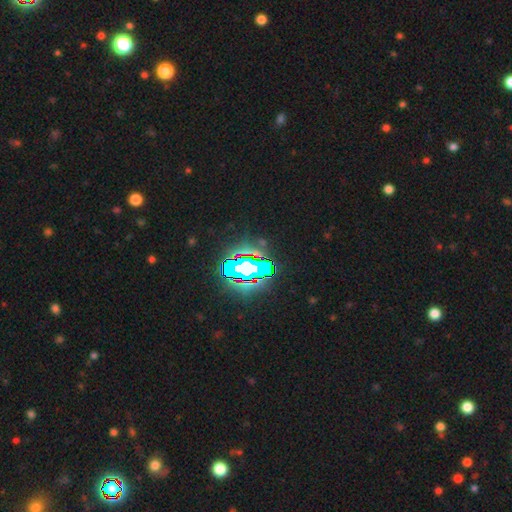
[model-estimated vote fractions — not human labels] Overall: star or artifact (68%).